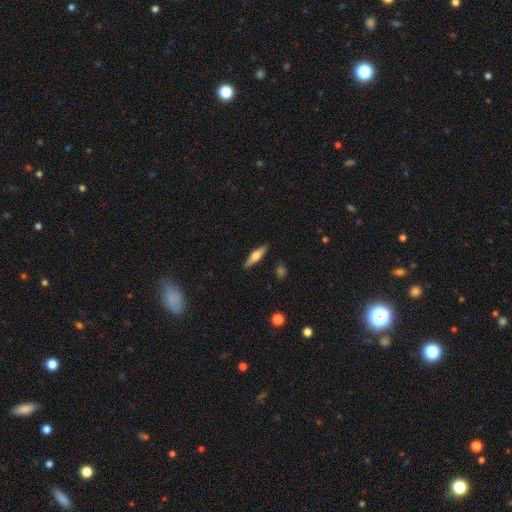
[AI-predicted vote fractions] smooth_or_featured: featured or disk (p=0.51) [alt: smooth p=0.43]
disk_edge_on: yes (p=0.94) [alt: no p=0.06]
merging: none (p=0.89) [alt: minor disturbance p=0.08]